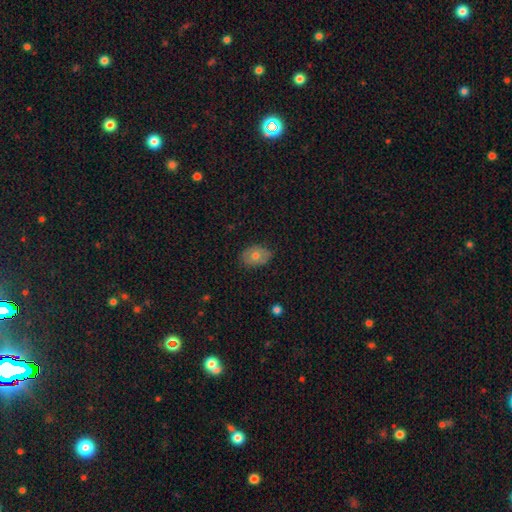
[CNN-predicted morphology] Smooth or featured: smooth — 68% (featured or disk — 22%)
How rounded: in between — 76% (round — 23%)
Merging: none — 81% (minor disturbance — 15%)